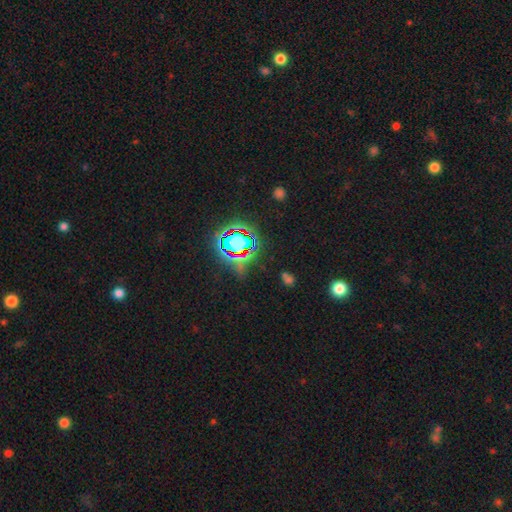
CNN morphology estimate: Smooth or featured? Predicted: star or artifact (p=0.80).